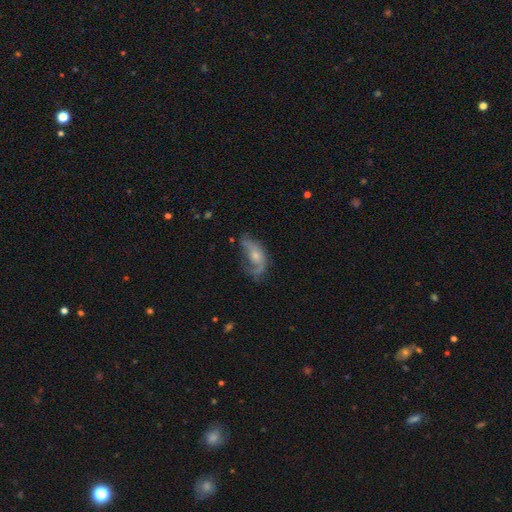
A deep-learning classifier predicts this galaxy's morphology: Smooth or featured? featured or disk (61%)
Edge-on disk? no (93%)
Bar? no (72%)
Spiral arms? yes (75%)
Bulge size? small (48%)
Merging? none (36%)